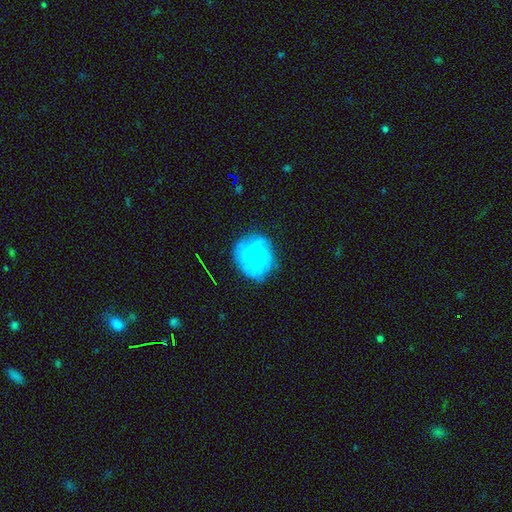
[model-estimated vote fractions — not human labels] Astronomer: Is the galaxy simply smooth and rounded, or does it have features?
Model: featured or disk — 67%.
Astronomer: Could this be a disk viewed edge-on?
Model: no — 97%.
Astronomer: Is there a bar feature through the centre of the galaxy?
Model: no — 79%.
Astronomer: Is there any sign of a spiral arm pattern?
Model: yes — 90%.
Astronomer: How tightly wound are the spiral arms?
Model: tight — 43% (runner-up: medium, 39%).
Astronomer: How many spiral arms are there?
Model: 3 — 32% (runner-up: can't tell, 27%).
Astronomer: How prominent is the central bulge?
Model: small — 55% (runner-up: moderate, 41%).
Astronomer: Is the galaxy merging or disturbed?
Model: none — 70%.